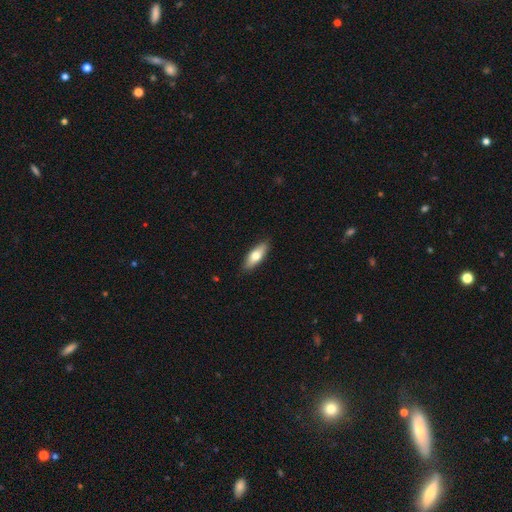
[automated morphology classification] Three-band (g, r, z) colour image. It shows a smooth galaxy with no disk features (69%) that is in between round and cigar-shaped (63%). Merging: none (89%).